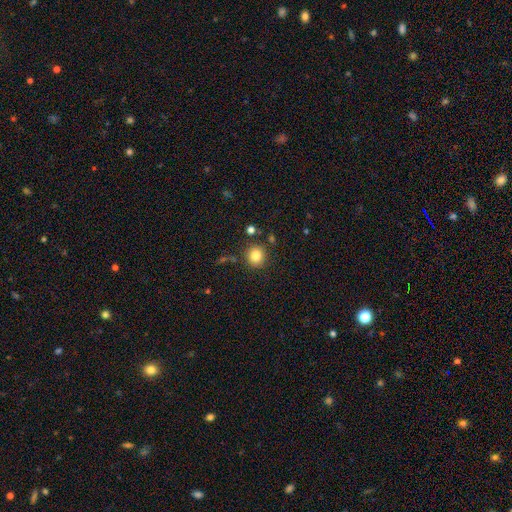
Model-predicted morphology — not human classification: smooth-or-featured: smooth: 83% | star or artifact: 11% | featured or disk: 6%
  how-rounded: round: 92% | in between: 7% | cigar-shaped: 1%
  merging: none: 86% | minor disturbance: 8% | merger: 4% | major disturbance: 3%